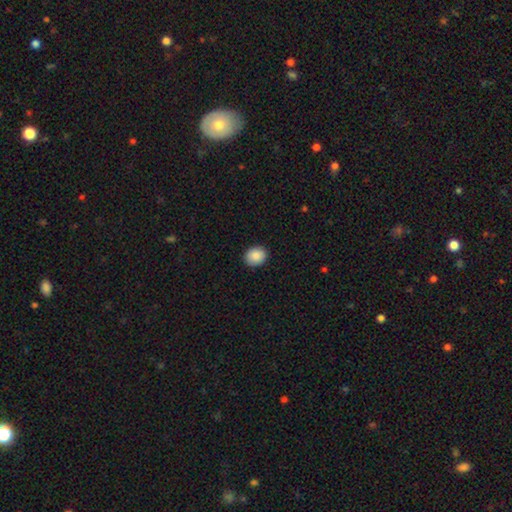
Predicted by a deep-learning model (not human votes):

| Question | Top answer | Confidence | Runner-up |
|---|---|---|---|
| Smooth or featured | smooth | 89% | star or artifact (8%) |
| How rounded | round | 60% | in between (39%) |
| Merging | none | 90% | minor disturbance (7%) |